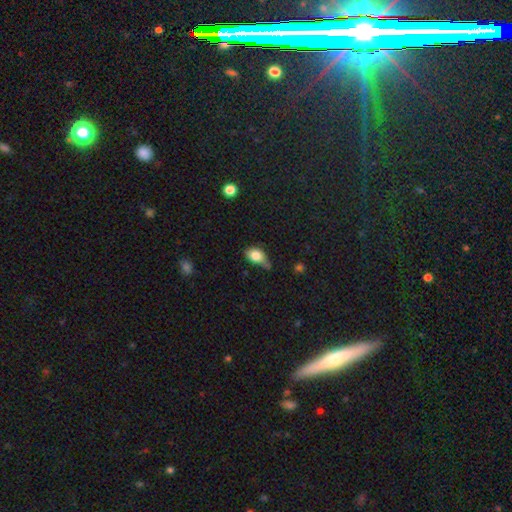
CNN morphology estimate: A smooth galaxy with no disk features (80%) that is in between round and cigar-shaped (74%).

Vote fractions:
- Smooth or featured? smooth: 80% / featured or disk: 11% / star or artifact: 9%
- How rounded? in between: 74% / round: 23% / cigar-shaped: 3%
- Merging? minor disturbance: 41% / none: 36% / major disturbance: 14% / merger: 9%